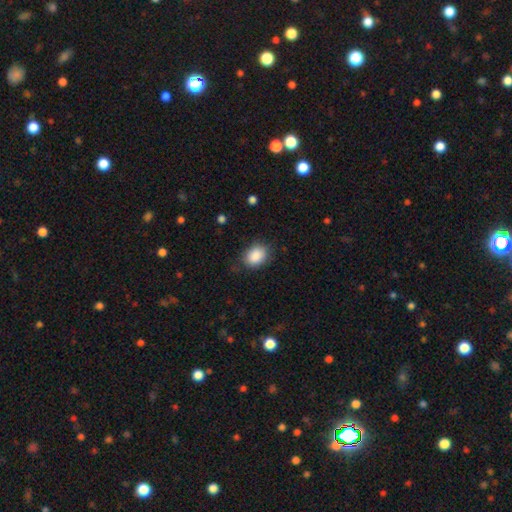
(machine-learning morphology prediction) Smooth or featured: smooth — 88% (star or artifact — 8%)
How rounded: in between — 66% (round — 33%)
Merging: none — 79% (minor disturbance — 15%)